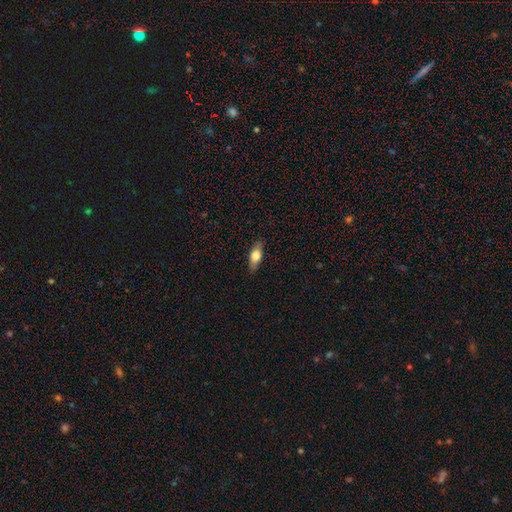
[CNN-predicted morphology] A smooth galaxy with no disk features (70%) that is in between round and cigar-shaped (74%).

Vote fractions:
- Smooth or featured? smooth: 70% / featured or disk: 23% / star or artifact: 7%
- How rounded? in between: 74% / cigar-shaped: 21% / round: 5%
- Merging? none: 85% / minor disturbance: 12% / major disturbance: 3% / merger: 1%